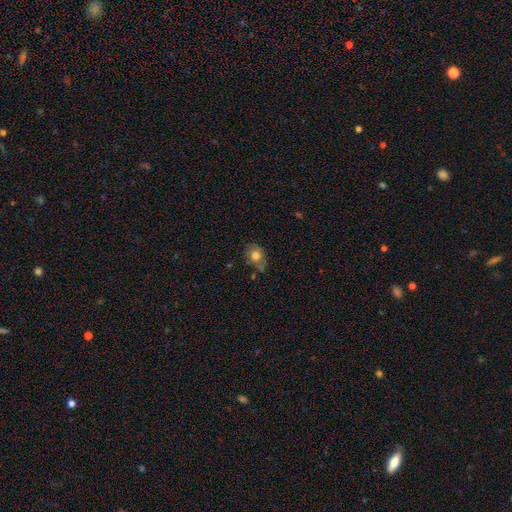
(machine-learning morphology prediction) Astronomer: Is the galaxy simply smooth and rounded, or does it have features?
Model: smooth — 75%.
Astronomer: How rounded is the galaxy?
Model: round — 57% (runner-up: in between, 42%).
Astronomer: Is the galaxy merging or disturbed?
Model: none — 60%.